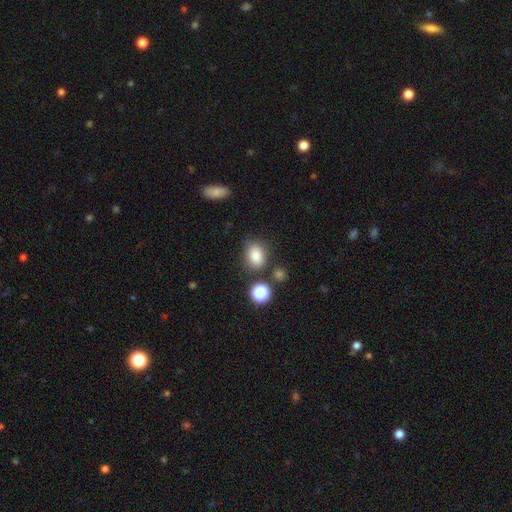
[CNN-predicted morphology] A smooth galaxy with no disk features (83%) that is in between round and cigar-shaped (67%).

Vote fractions:
- Smooth or featured? smooth: 83% / star or artifact: 11% / featured or disk: 5%
- How rounded? in between: 67% / round: 32% / cigar-shaped: 1%
- Merging? none: 72% / minor disturbance: 15% / merger: 8% / major disturbance: 5%